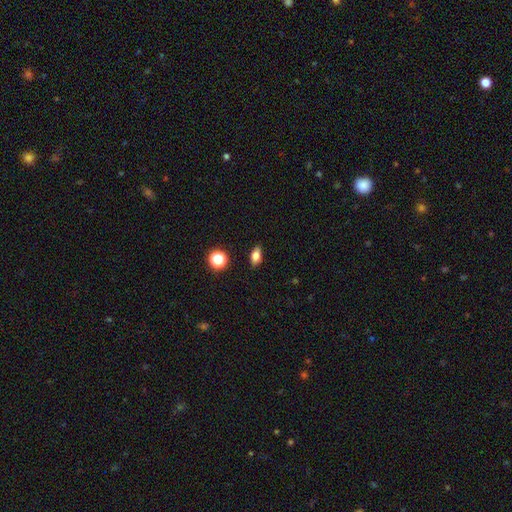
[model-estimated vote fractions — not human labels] smooth 75%, featured or disk 14%, star or artifact 11%. Down the decision tree: how rounded — in between (80%); merging — none (88%).